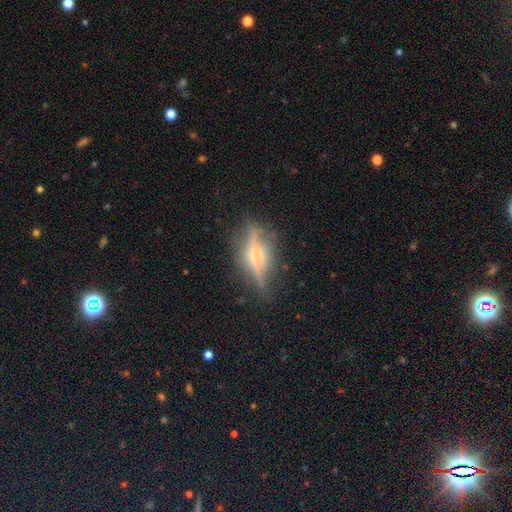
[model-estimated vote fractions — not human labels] Q: Smooth or featured?
A: featured or disk (73%); runner-up: smooth (18%)
Q: Edge-on disk?
A: yes (89%); runner-up: no (11%)
Q: Edge-on bulge?
A: rounded (73%); runner-up: boxy (18%)
Q: Merging?
A: none (72%); runner-up: minor disturbance (18%)